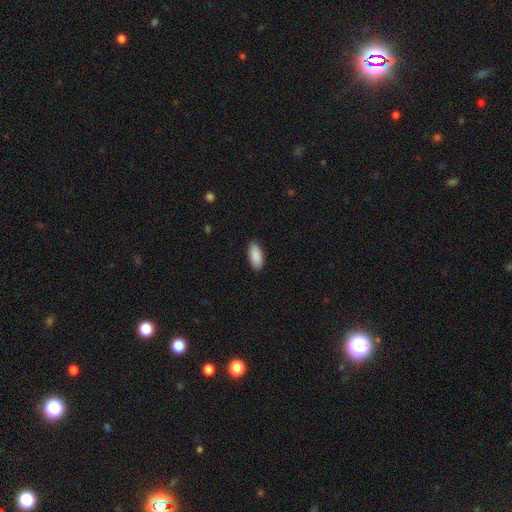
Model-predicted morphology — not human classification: A smooth galaxy with no disk features (91%) that is in between round and cigar-shaped (90%). Merging: none (89%).